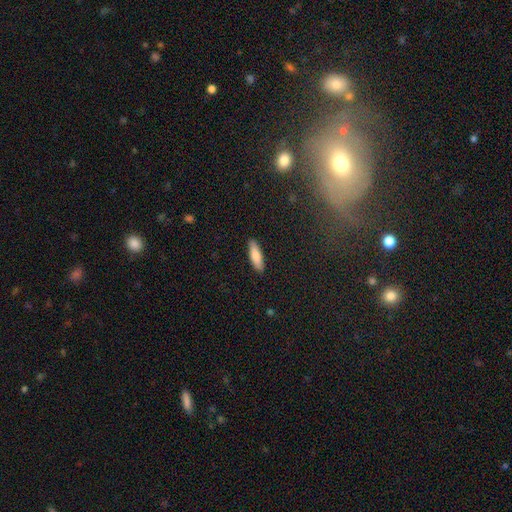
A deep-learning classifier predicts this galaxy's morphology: Q: Smooth or featured?
A: smooth (80%); runner-up: featured or disk (15%)
Q: How rounded?
A: cigar-shaped (57%); runner-up: in between (41%)
Q: Merging?
A: none (90%); runner-up: minor disturbance (8%)